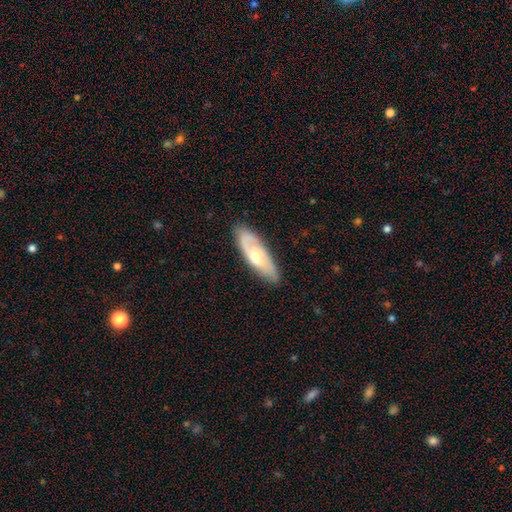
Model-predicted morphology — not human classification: smooth-or-featured: featured or disk: 60% | smooth: 35% | star or artifact: 5%
  disk-edge-on: no: 81% | yes: 19%
  merging: none: 81% | minor disturbance: 14% | major disturbance: 4% | merger: 1%